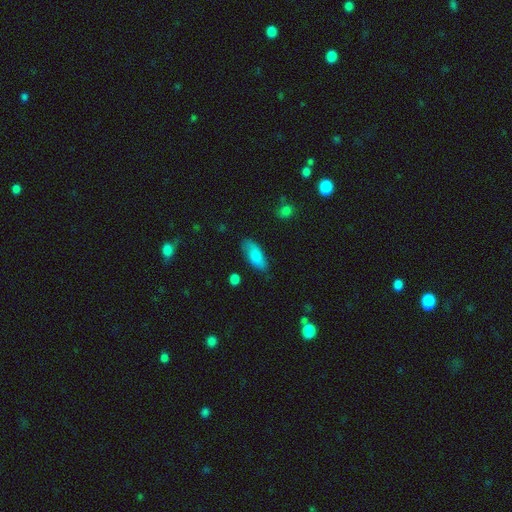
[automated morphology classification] Q: Smooth or featured?
A: smooth (79%); runner-up: featured or disk (14%)
Q: How rounded?
A: in between (84%); runner-up: cigar-shaped (14%)
Q: Merging?
A: none (73%); runner-up: minor disturbance (20%)